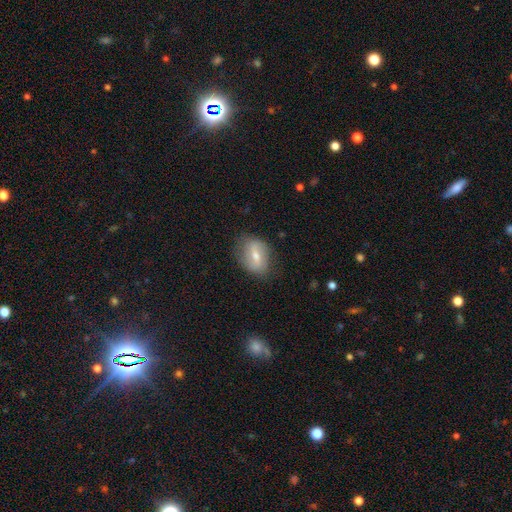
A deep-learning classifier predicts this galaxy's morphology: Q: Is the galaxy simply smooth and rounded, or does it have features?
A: featured or disk — 48%.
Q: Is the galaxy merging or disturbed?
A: none — 78%.